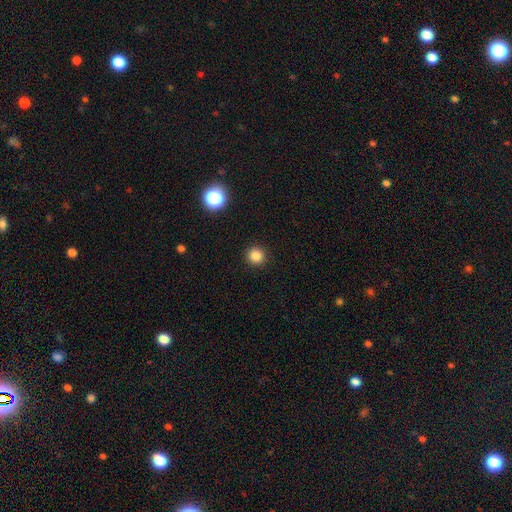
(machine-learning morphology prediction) smooth_or_featured: smooth (p=0.84) [alt: star or artifact p=0.12]
how_rounded: round (p=0.93) [alt: in between p=0.06]
merging: none (p=0.92) [alt: minor disturbance p=0.05]